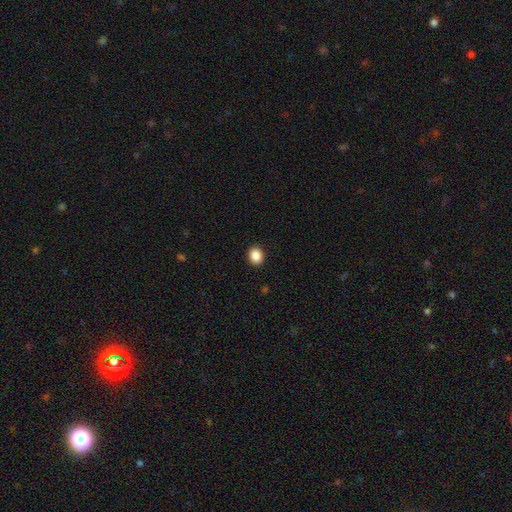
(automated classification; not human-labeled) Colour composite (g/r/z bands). It shows a smooth galaxy with no disk features (88%) that is round (55%). Merging: none (92%).